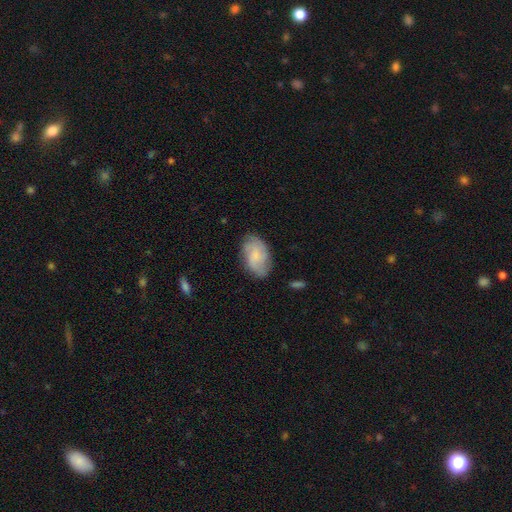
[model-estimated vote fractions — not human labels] Smooth or featured?
  - featured or disk: 48% *
  - smooth: 44%
  - star or artifact: 8%
Merging?
  - none: 75% *
  - minor disturbance: 18%
  - major disturbance: 5%
  - merger: 1%